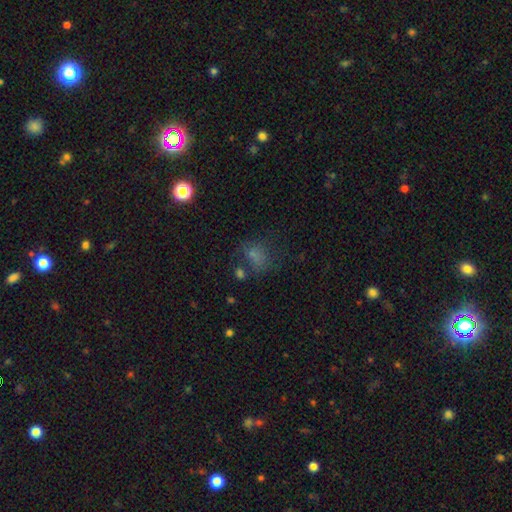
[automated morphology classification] type=smooth (65%); roundness=in between (55%); merging=none (44%).